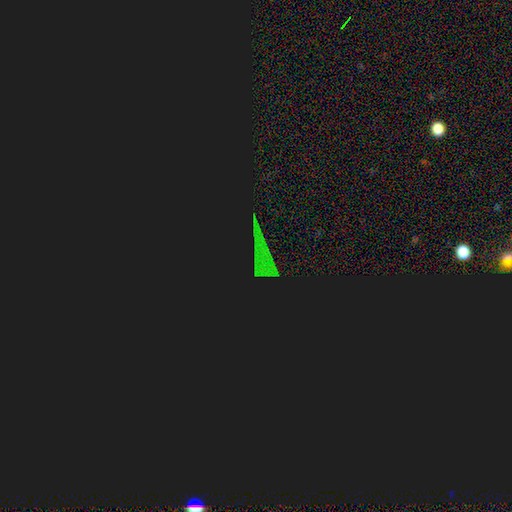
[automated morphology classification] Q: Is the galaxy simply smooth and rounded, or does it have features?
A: star or artifact — 78%.